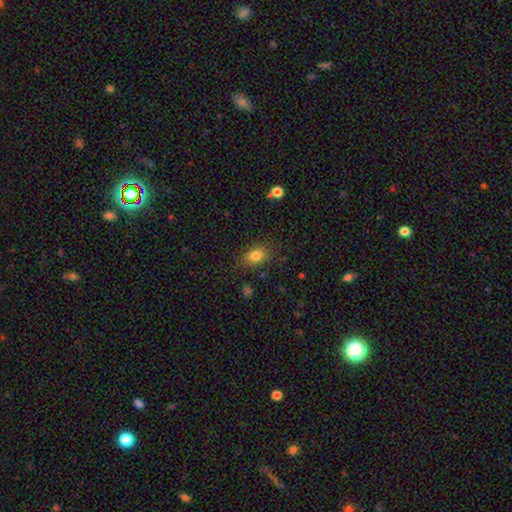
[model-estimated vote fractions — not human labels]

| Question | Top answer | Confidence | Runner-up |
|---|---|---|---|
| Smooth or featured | smooth | 81% | star or artifact (11%) |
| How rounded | in between | 70% | round (28%) |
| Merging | none | 80% | minor disturbance (14%) |